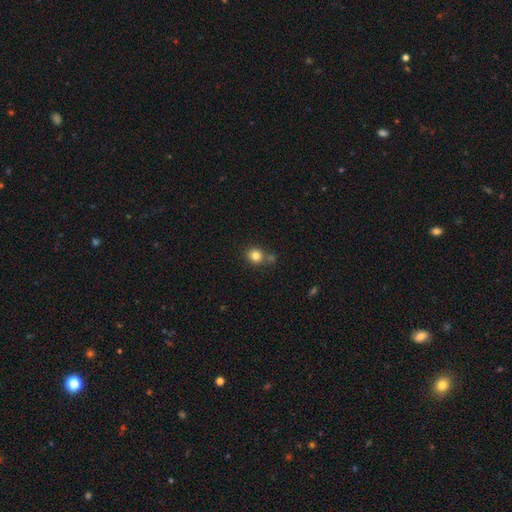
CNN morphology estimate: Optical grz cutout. It shows a smooth galaxy with no disk features (82%) that is round (84%). Merging: none (70%).